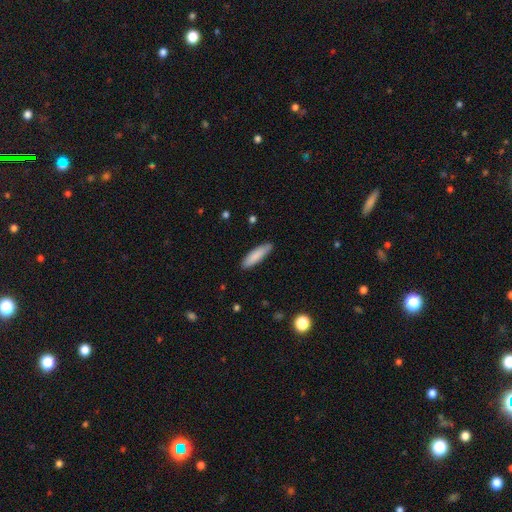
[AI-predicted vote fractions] Smooth or featured?
  - smooth: 86% *
  - featured or disk: 9%
  - star or artifact: 6%
How rounded?
  - cigar-shaped: 67% *
  - in between: 32%
  - round: 1%
Merging?
  - none: 86% *
  - minor disturbance: 11%
  - major disturbance: 2%
  - merger: 1%